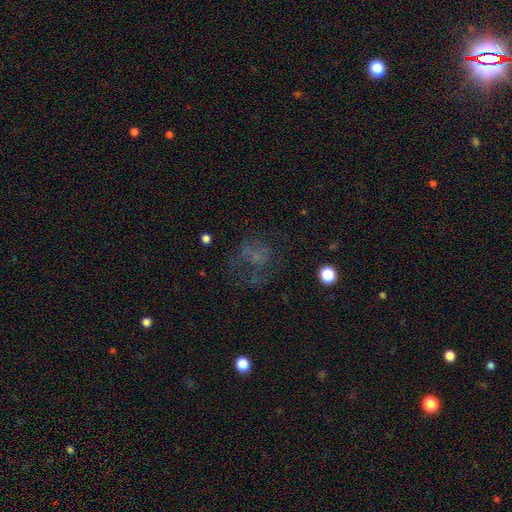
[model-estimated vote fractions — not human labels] Smooth or featured: smooth — 39% (featured or disk — 35%)
Merging: none — 47% (major disturbance — 31%)